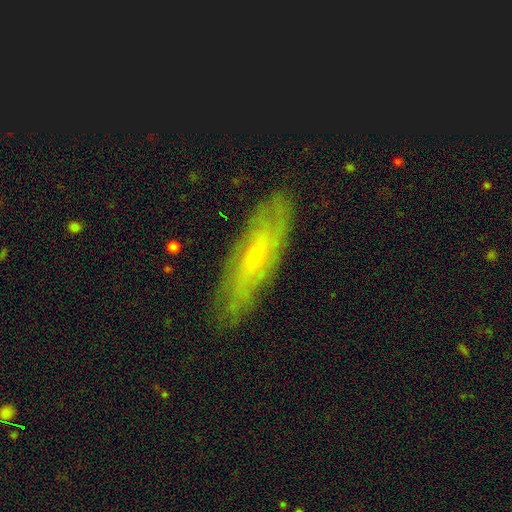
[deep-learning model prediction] Smooth or featured?
  - featured or disk: 67% *
  - smooth: 24%
  - star or artifact: 9%
Edge-on disk?
  - no: 68% *
  - yes: 32%
Merging?
  - none: 83% *
  - minor disturbance: 13%
  - major disturbance: 3%
  - merger: 1%